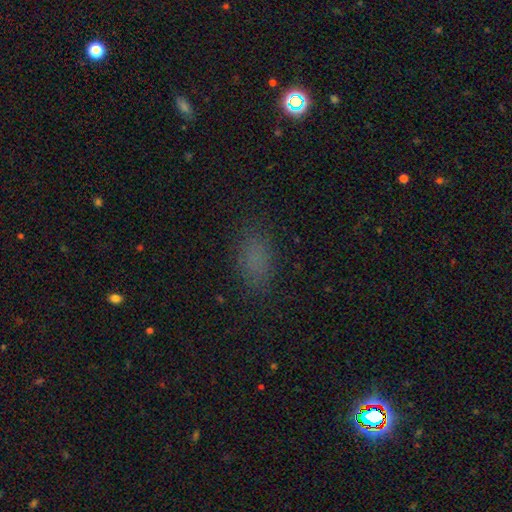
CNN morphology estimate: Smooth or featured? smooth (73%)
How rounded? in between (87%)
Merging? none (82%)